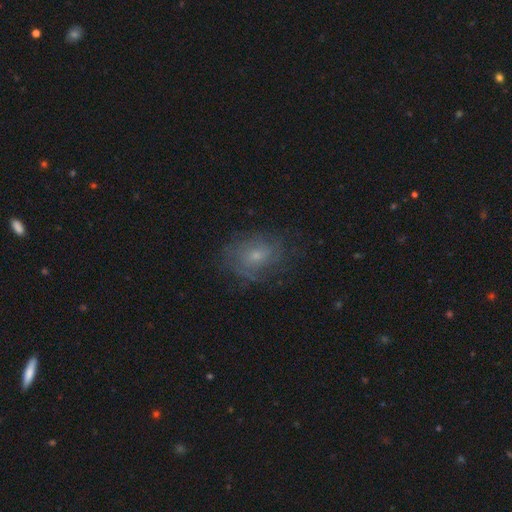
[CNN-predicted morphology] This appears to be a featured or disk galaxy (44%). Merging: none (67%).